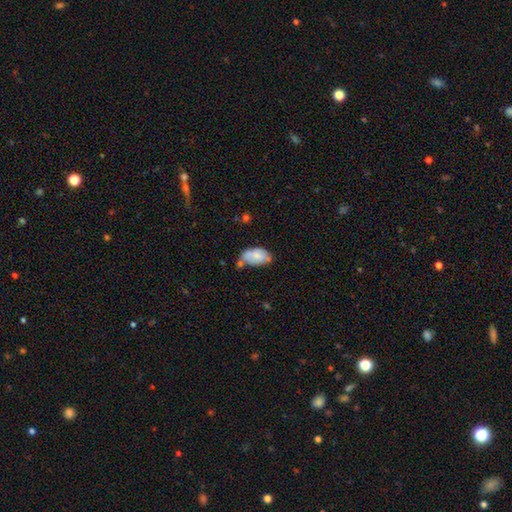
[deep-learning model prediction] smooth 73%, featured or disk 20%, star or artifact 7%. Down the decision tree: how rounded — in between (93%); merging — none (39%).